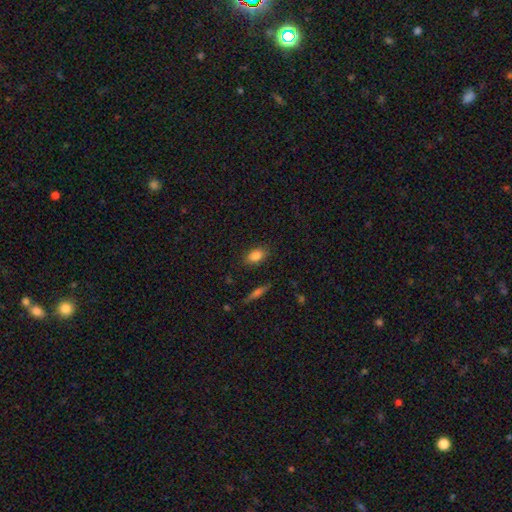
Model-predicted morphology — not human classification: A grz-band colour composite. It shows a smooth galaxy with no disk features (83%) that is in between round and cigar-shaped (85%). Merging: none (85%).